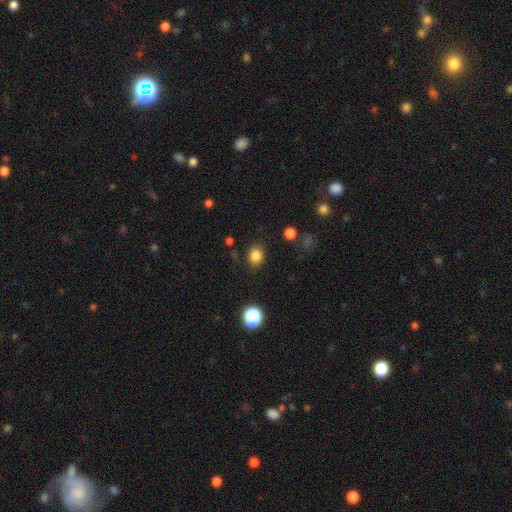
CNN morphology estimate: smooth 84%, star or artifact 12%, featured or disk 5%. Down the decision tree: how rounded — round (60%); merging — none (85%).